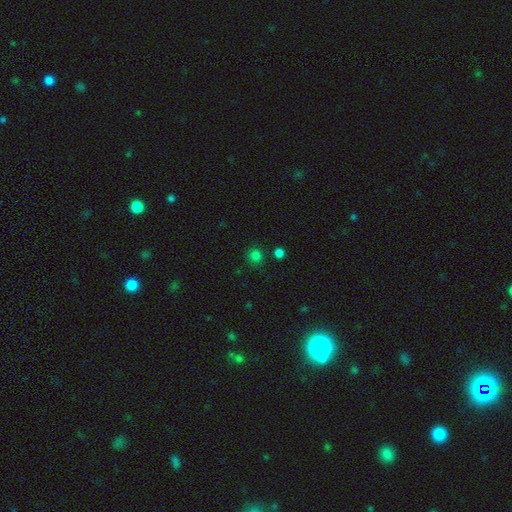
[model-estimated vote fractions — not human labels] Q: Smooth or featured?
A: smooth (79%); runner-up: star or artifact (17%)
Q: How rounded?
A: round (88%); runner-up: in between (11%)
Q: Merging?
A: none (83%); runner-up: minor disturbance (9%)